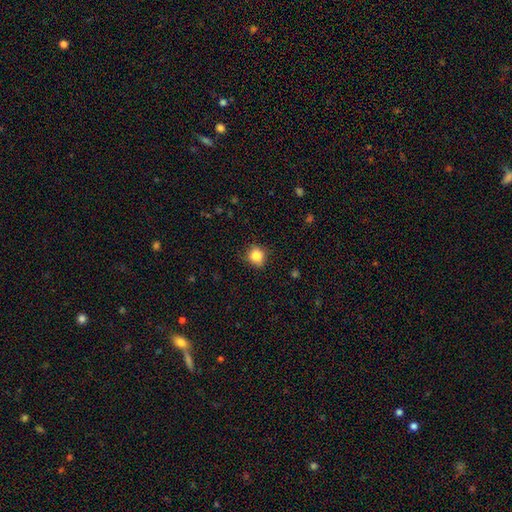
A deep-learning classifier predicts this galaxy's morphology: Overall: smooth (83%). How rounded: round (79%). Merging: none (81%).